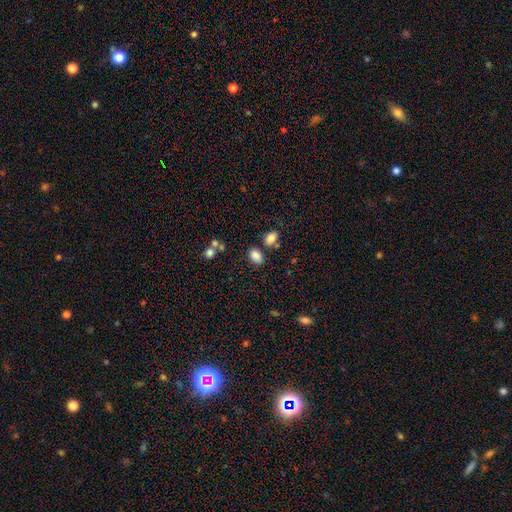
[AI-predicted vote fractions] A smooth galaxy with no disk features (84%) that is in between round and cigar-shaped (80%).

Vote fractions:
- Smooth or featured? smooth: 84% / star or artifact: 11% / featured or disk: 5%
- How rounded? in between: 80% / round: 19% / cigar-shaped: 1%
- Merging? none: 66% / merger: 15% / minor disturbance: 14% / major disturbance: 5%